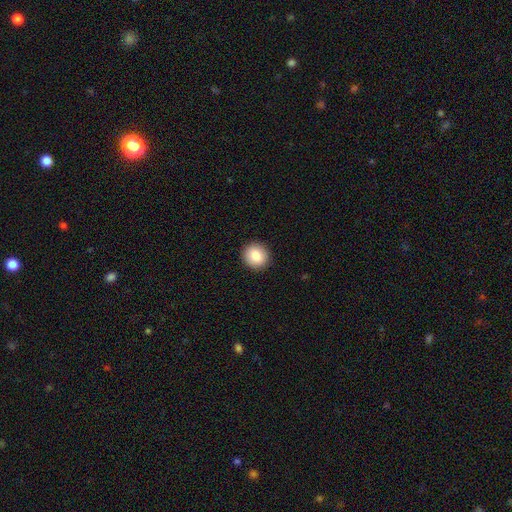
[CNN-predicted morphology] Smooth or featured?
  - smooth: 86% *
  - star or artifact: 8%
  - featured or disk: 6%
How rounded?
  - round: 89% *
  - in between: 10%
  - cigar-shaped: 1%
Merging?
  - none: 92% *
  - minor disturbance: 5%
  - major disturbance: 2%
  - merger: 1%